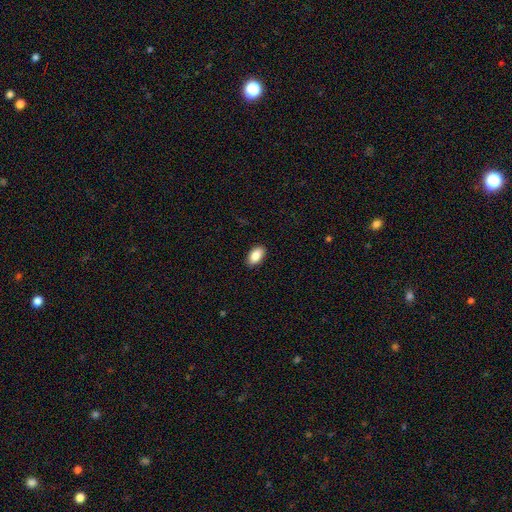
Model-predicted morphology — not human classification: smooth_or_featured: smooth (p=0.87) [alt: star or artifact p=0.07]
how_rounded: in between (p=0.94) [alt: round p=0.04]
merging: none (p=0.90) [alt: minor disturbance p=0.08]